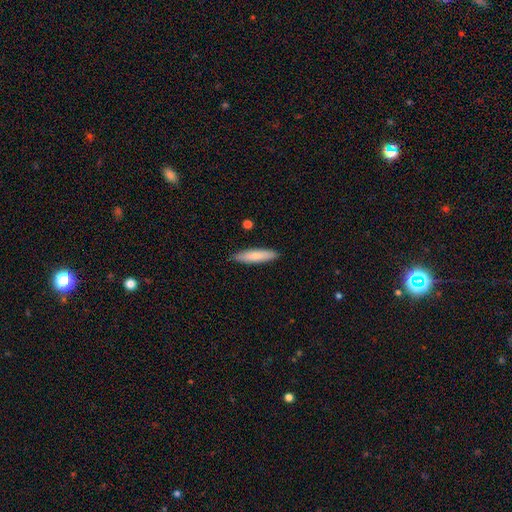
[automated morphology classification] Smooth or featured: smooth — 78% (featured or disk — 16%)
How rounded: cigar-shaped — 78% (in between — 20%)
Merging: none — 89% (minor disturbance — 8%)